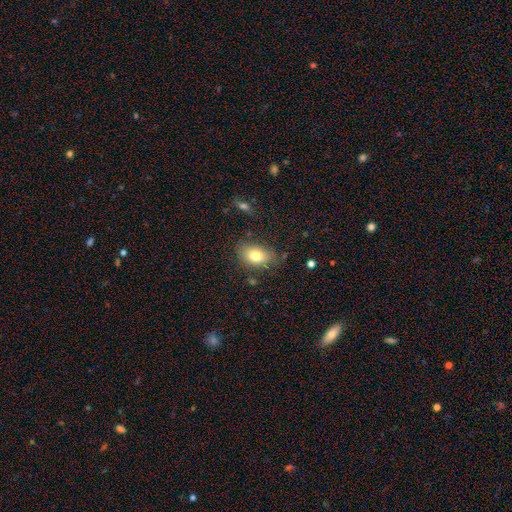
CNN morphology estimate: smooth 78%, featured or disk 12%, star or artifact 9%. Down the decision tree: how rounded — in between (82%); merging — none (75%).